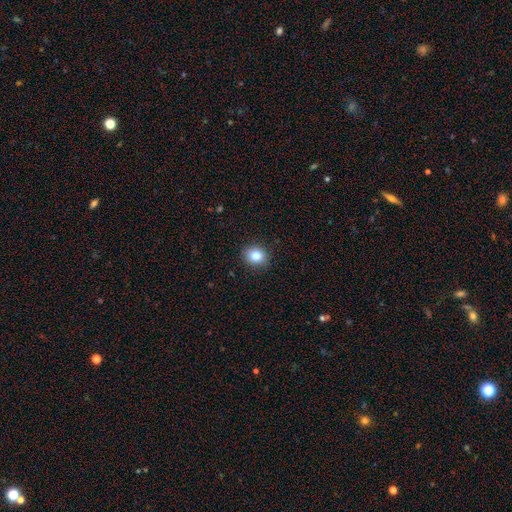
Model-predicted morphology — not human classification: Q: Smooth or featured?
A: smooth (84%); runner-up: star or artifact (10%)
Q: How rounded?
A: round (69%); runner-up: in between (30%)
Q: Merging?
A: none (89%); runner-up: minor disturbance (8%)